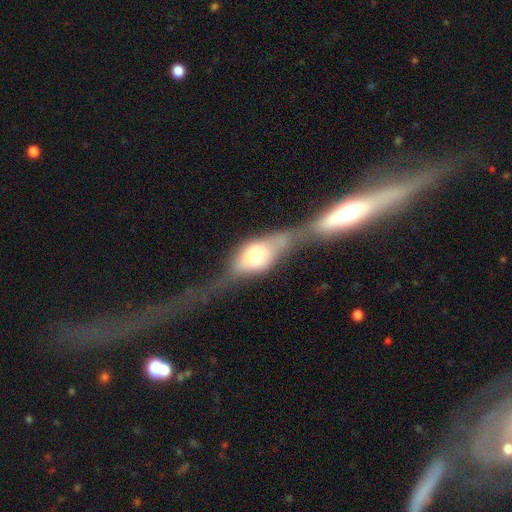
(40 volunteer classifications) A smooth galaxy with no disk features (62%) that is in between round and cigar-shaped (76%). Merging: merger (58%).